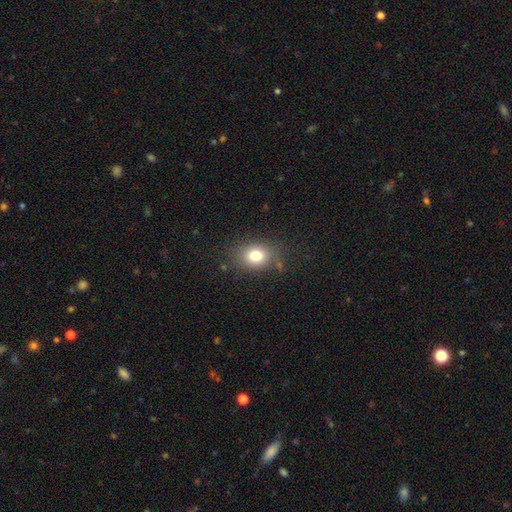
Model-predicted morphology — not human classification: Smooth or featured? smooth (78%)
How rounded? round (50%)
Merging? none (80%)